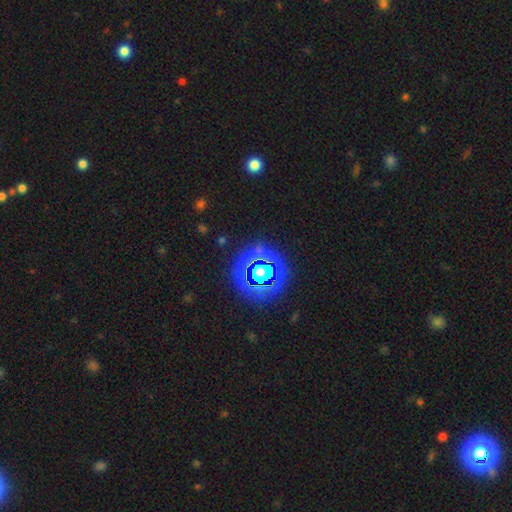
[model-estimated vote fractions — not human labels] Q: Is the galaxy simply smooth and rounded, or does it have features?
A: star or artifact — 81%.